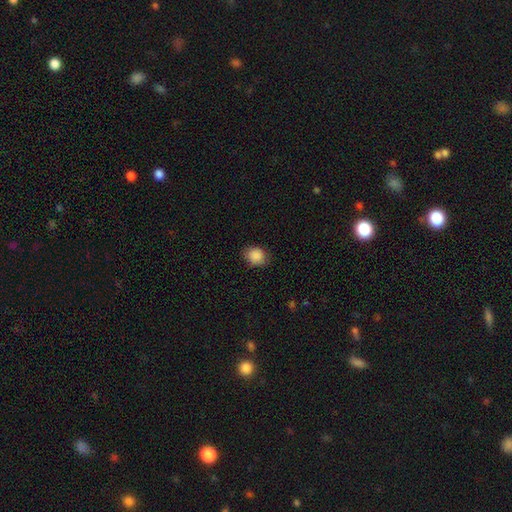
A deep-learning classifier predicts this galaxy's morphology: Smooth or featured? smooth (89%)
How rounded? round (58%)
Merging? none (81%)